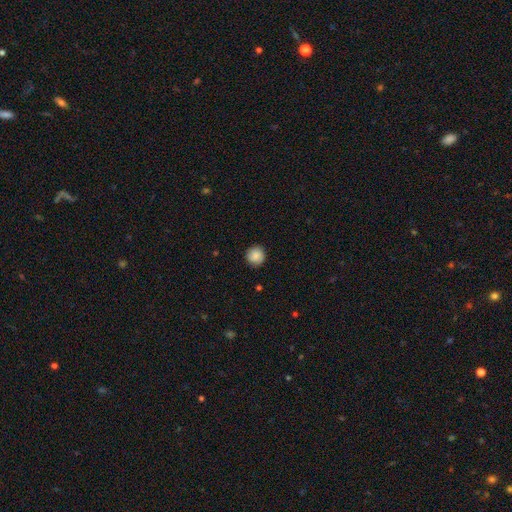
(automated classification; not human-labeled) Smooth or featured? smooth (87%)
How rounded? round (93%)
Merging? none (89%)